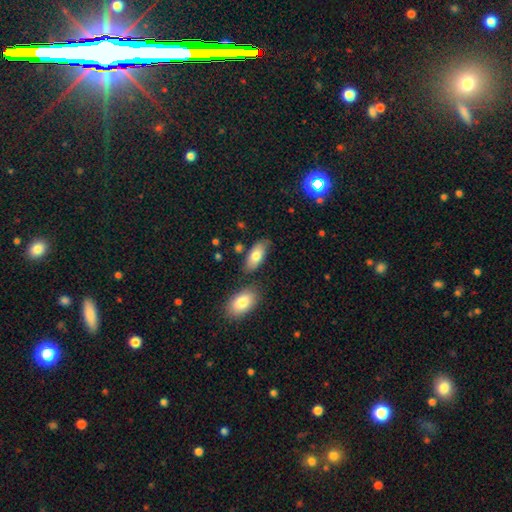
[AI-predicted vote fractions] Overall: smooth (79%). How rounded: in between (89%). Merging: none (72%).